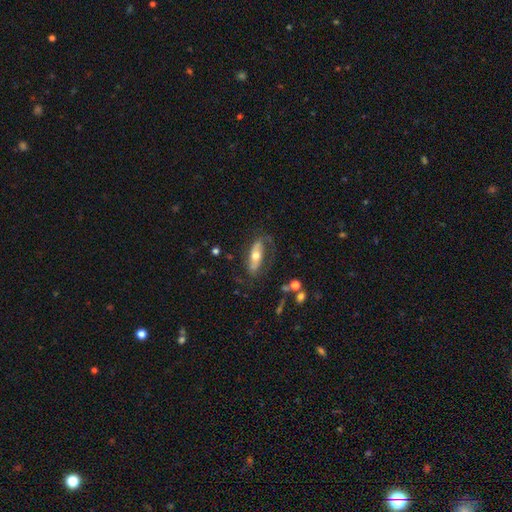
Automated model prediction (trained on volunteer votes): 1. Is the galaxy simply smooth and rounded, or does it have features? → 53% featured or disk, 41% smooth, 6% star or artifact.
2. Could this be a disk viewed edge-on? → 72% no, 28% yes.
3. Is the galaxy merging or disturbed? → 59% none, 22% minor disturbance, 16% major disturbance, 3% merger.